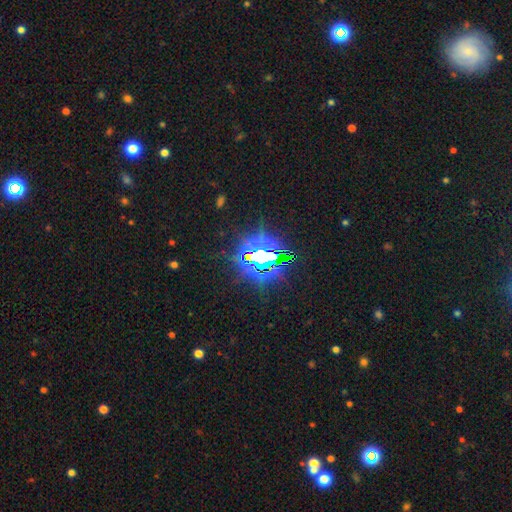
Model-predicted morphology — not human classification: Smooth or featured?
  - star or artifact: 81% *
  - featured or disk: 10%
  - smooth: 9%